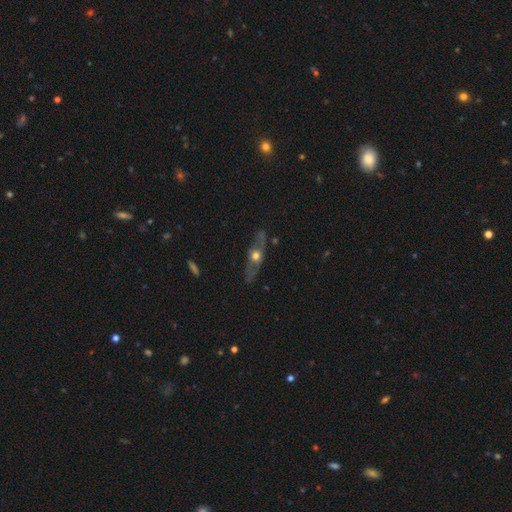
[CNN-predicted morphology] Overall: featured or disk (69%). Edge-on disk: yes (69%; no 31%). Merging: none (80%).